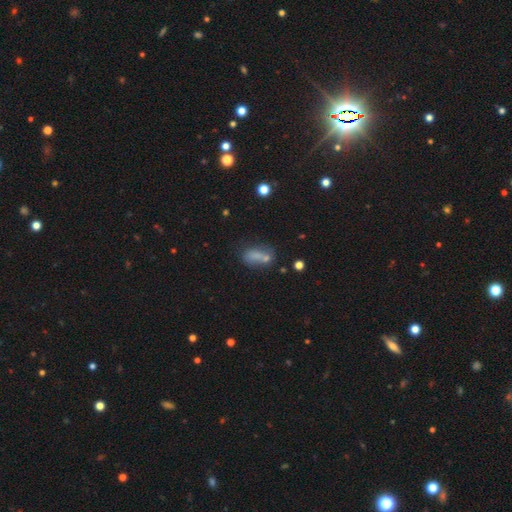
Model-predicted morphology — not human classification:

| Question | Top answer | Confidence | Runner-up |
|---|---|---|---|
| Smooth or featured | smooth | 69% | featured or disk (17%) |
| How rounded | in between | 79% | round (11%) |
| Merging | none | 36% | merger (32%) |